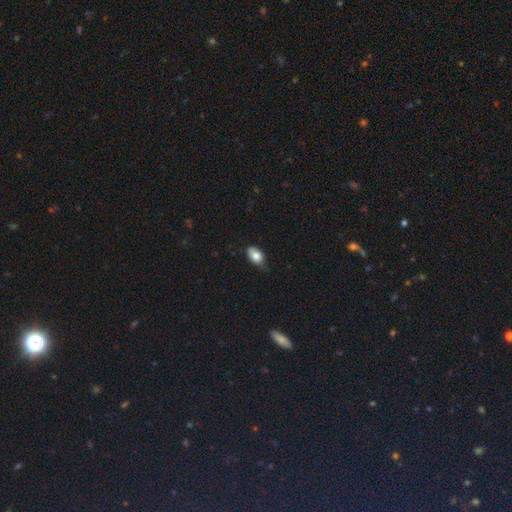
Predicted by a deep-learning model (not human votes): smooth_or_featured: smooth (p=0.81) [alt: featured or disk p=0.11]
how_rounded: in between (p=0.86) [alt: round p=0.12]
merging: none (p=0.58) [alt: minor disturbance p=0.35]